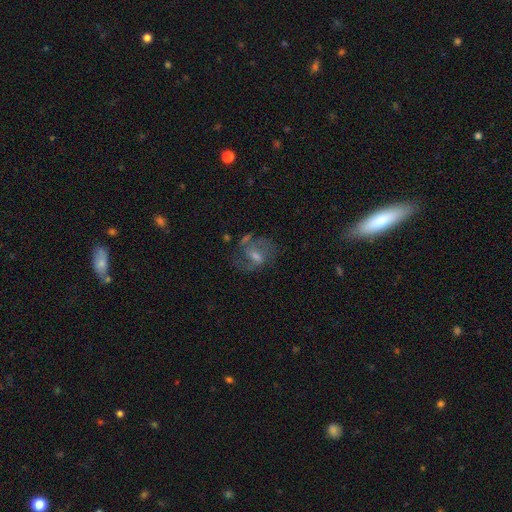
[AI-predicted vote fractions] Smooth or featured?
  - featured or disk: 63% *
  - smooth: 24%
  - star or artifact: 14%
Edge-on disk?
  - no: 96% *
  - yes: 4%
Bar?
  - weak: 49% *
  - no: 39%
  - strong: 12%
Spiral arms?
  - yes: 74% *
  - no: 26%
Bulge size?
  - moderate: 48% *
  - small: 35%
  - none: 9%
  - large: 7%
  - dominant: 1%
Merging?
  - none: 57% *
  - minor disturbance: 19%
  - major disturbance: 18%
  - merger: 5%